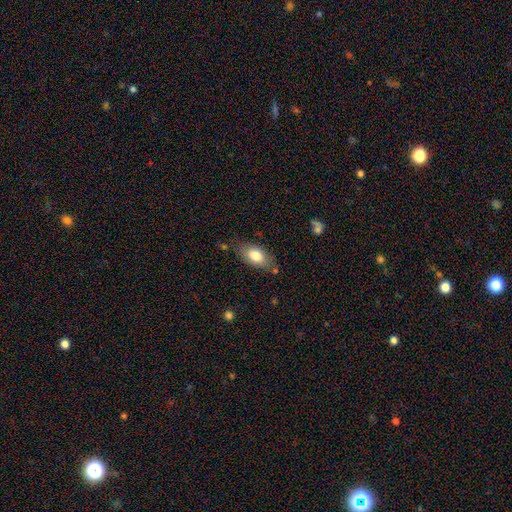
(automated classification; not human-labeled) Morphology: type=smooth (78%); roundness=in between (90%); merging=none (73%).